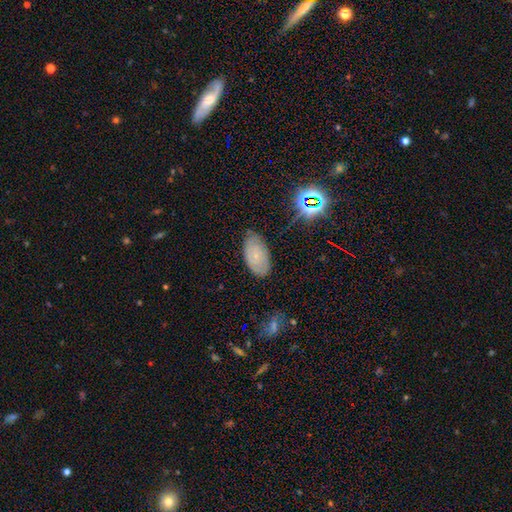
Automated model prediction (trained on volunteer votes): Smooth or featured?
  - smooth: 53% *
  - featured or disk: 33%
  - star or artifact: 14%
How rounded?
  - in between: 94% *
  - round: 4%
  - cigar-shaped: 2%
Merging?
  - none: 75% *
  - minor disturbance: 19%
  - major disturbance: 4%
  - merger: 1%